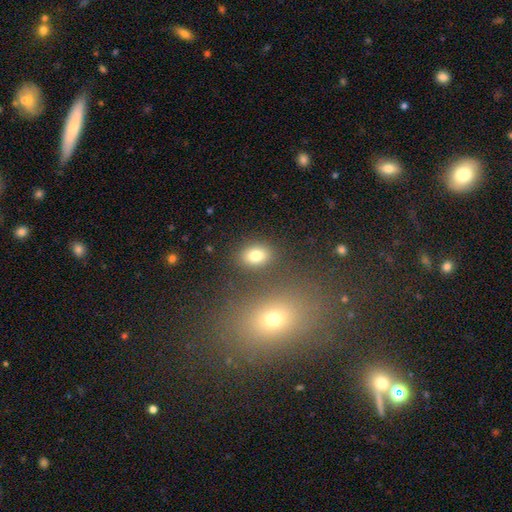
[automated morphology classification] The model was most divided on "how rounded": in between: 72%, round: 26%, cigar-shaped: 2%. More confident: merging — none (80%); smooth or featured — smooth (80%).